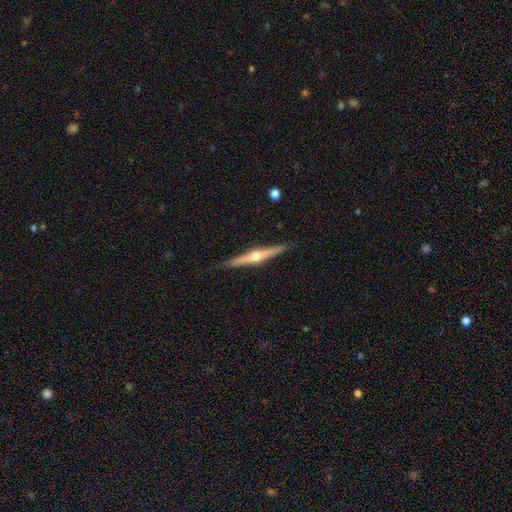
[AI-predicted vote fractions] Q: Smooth or featured?
A: featured or disk (76%); runner-up: smooth (19%)
Q: Edge-on disk?
A: yes (98%); runner-up: no (2%)
Q: Edge-on bulge?
A: rounded (93%); runner-up: none (5%)
Q: Merging?
A: none (90%); runner-up: minor disturbance (7%)